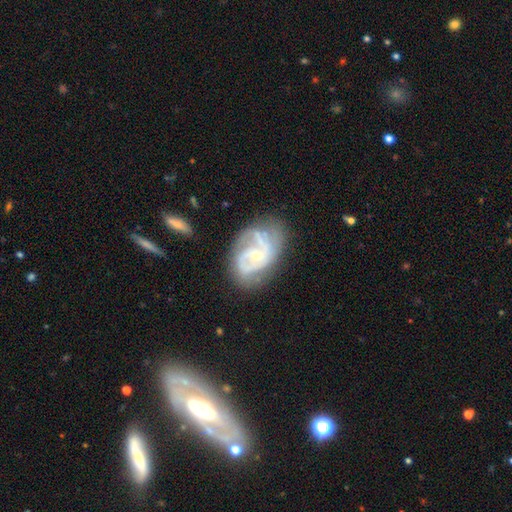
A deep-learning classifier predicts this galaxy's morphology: Smooth or featured? featured or disk (84%)
Edge-on disk? no (97%)
Bar? no (59%)
Spiral arms? yes (94%)
Spiral winding? medium (45%)
Spiral arm count? 2 (46%)
Bulge size? small (69%)
Merging? none (57%)